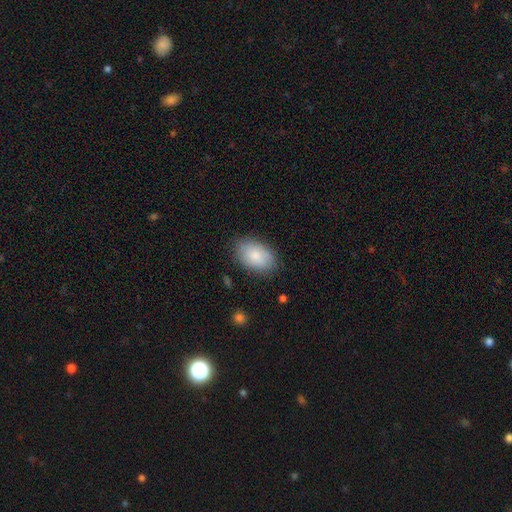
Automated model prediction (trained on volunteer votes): A smooth galaxy with no disk features (84%) that is in between round and cigar-shaped (89%). Merging: none (82%).